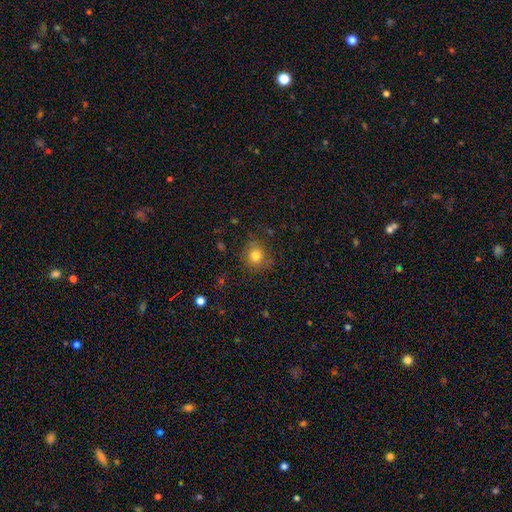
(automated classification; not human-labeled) A smooth galaxy with no disk features (80%) that is round (86%).

Vote fractions:
- Smooth or featured? smooth: 80% / star or artifact: 12% / featured or disk: 8%
- How rounded? round: 86% / in between: 13% / cigar-shaped: 1%
- Merging? none: 79% / minor disturbance: 15% / major disturbance: 5% / merger: 2%